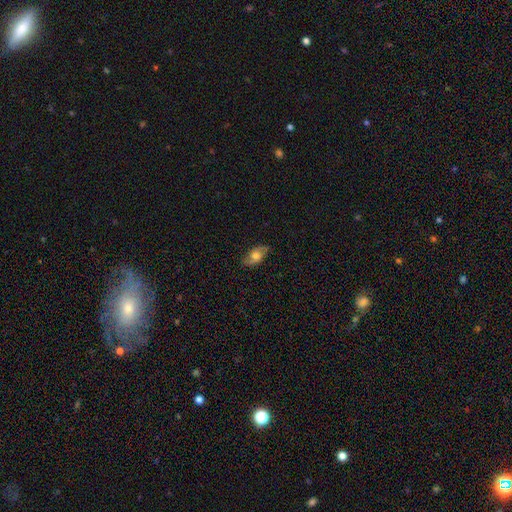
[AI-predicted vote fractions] This is possibly a smooth galaxy (48%). Merging: clearly none (80%).